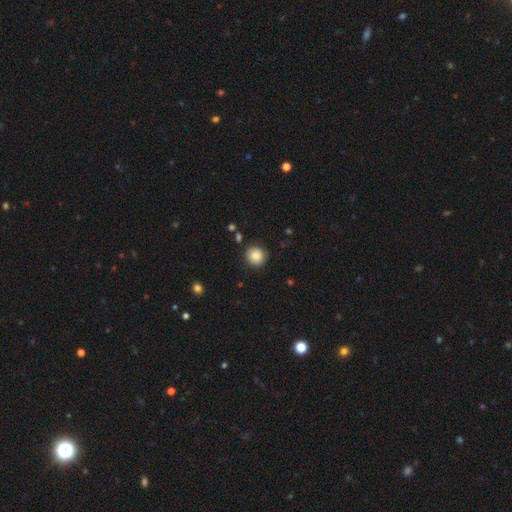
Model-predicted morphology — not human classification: Smooth or featured? smooth (85%)
How rounded? round (90%)
Merging? none (87%)